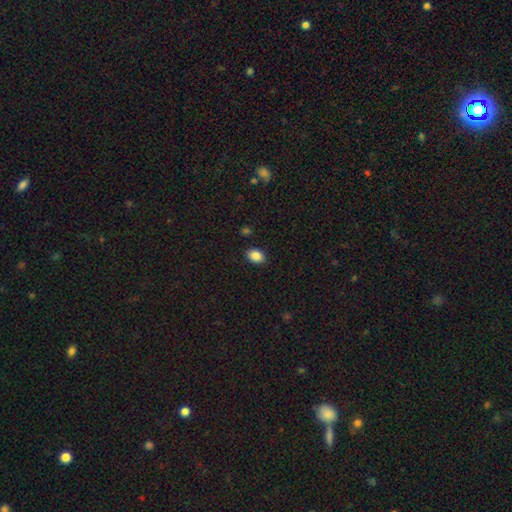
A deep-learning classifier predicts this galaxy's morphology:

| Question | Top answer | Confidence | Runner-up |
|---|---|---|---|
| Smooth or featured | smooth | 87% | star or artifact (9%) |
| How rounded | in between | 76% | round (23%) |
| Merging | none | 88% | minor disturbance (8%) |